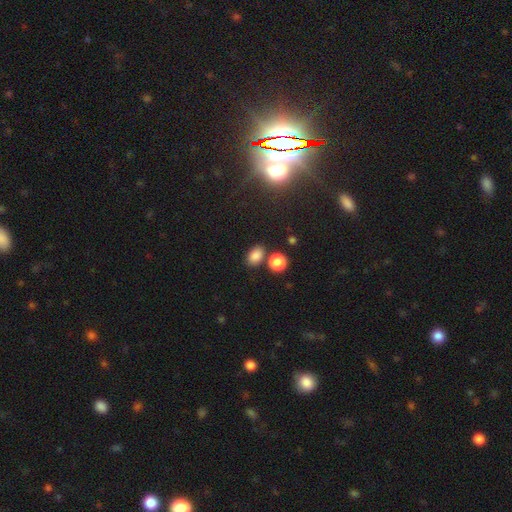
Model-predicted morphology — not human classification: type=smooth (83%); roundness=in between (77%); merging=none (70%).